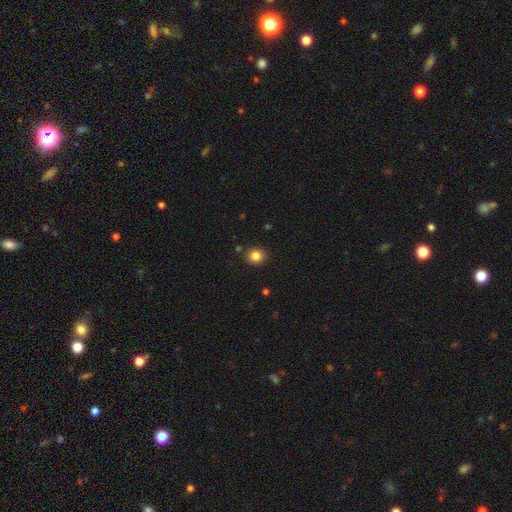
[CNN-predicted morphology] This is clearly a smooth galaxy (84%). How rounded: likely round (75%). Merging: clearly none (87%).